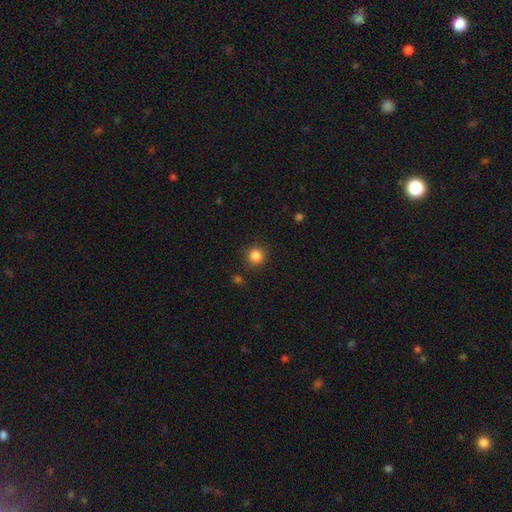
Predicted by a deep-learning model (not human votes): The model was most divided on "smooth or featured": smooth: 85%, star or artifact: 11%, featured or disk: 4%. More confident: how rounded — round (92%); merging — none (87%).